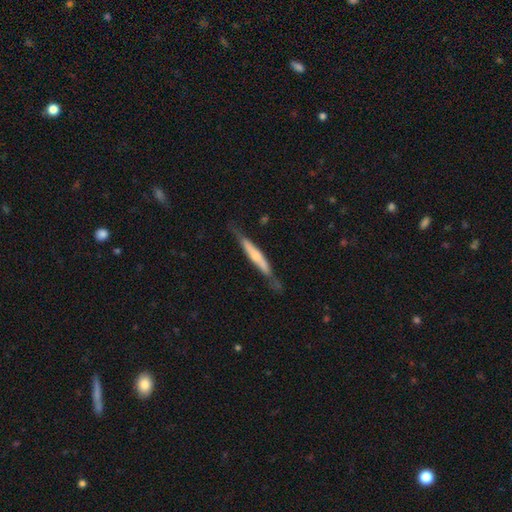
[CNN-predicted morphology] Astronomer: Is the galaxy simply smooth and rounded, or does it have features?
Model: featured or disk — 49% (runner-up: smooth, 45%).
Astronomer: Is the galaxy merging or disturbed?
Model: none — 69%.